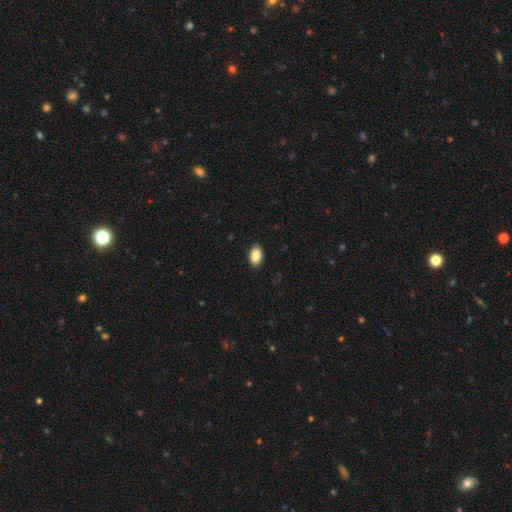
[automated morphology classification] A smooth galaxy with no disk features (88%) that is in between round and cigar-shaped (91%).

Vote fractions:
- Smooth or featured? smooth: 88% / star or artifact: 7% / featured or disk: 4%
- How rounded? in between: 91% / round: 8% / cigar-shaped: 1%
- Merging? none: 90% / minor disturbance: 8% / major disturbance: 2% / merger: 1%